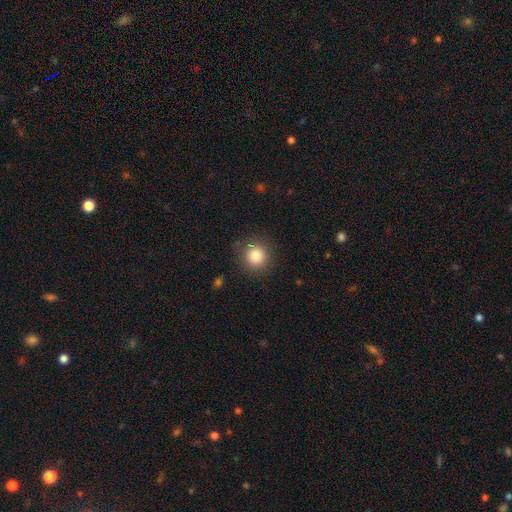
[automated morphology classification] A smooth galaxy with no disk features (83%) that is round (93%). Merging: none (88%).